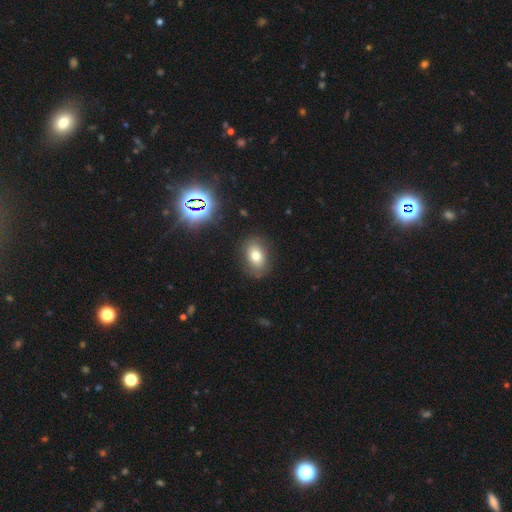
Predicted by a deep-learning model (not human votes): Smooth or featured? Predicted: smooth (p=0.74). How rounded? Predicted: in between (p=0.79). Merging? Predicted: none (p=0.82).